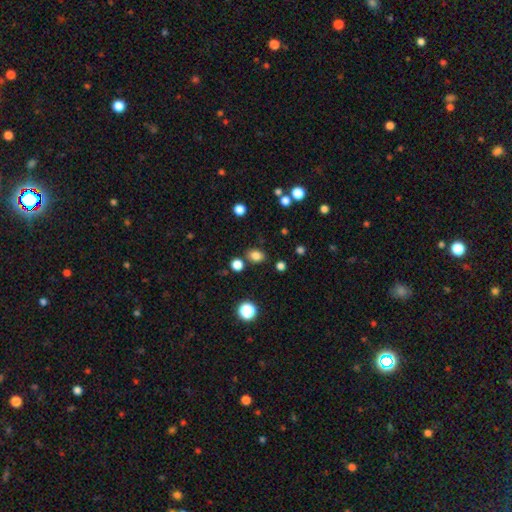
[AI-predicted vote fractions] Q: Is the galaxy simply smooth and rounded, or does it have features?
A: smooth — 82%.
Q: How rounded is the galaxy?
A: in between — 59%.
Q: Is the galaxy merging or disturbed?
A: none — 81%.